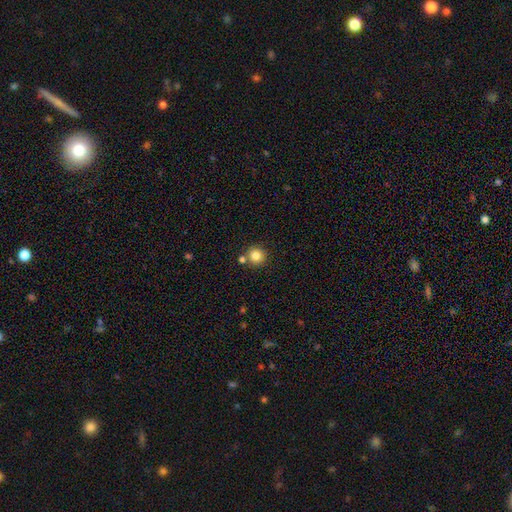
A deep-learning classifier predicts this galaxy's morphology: This is clearly a smooth galaxy (82%). How rounded: clearly round (94%). Merging: clearly none (80%).